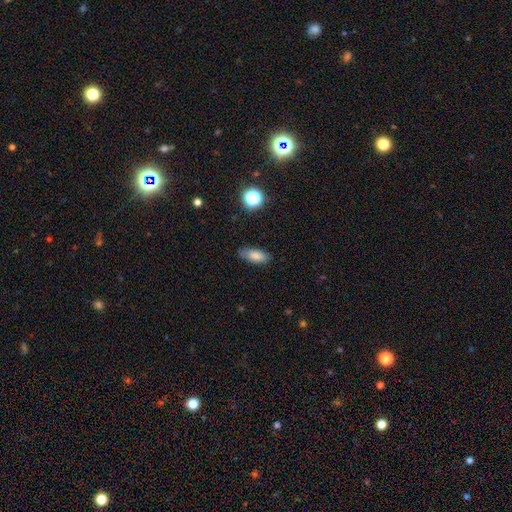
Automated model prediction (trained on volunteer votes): smooth 81%, featured or disk 10%, star or artifact 9%. Down the decision tree: how rounded — in between (81%); merging — none (78%).